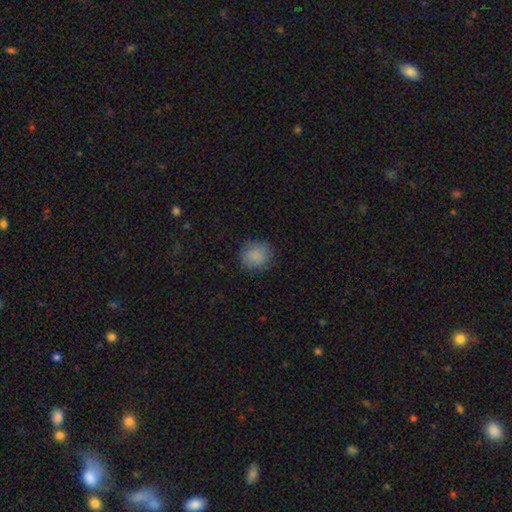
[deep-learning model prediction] smooth_or_featured: smooth (p=0.84) [alt: star or artifact p=0.08]
how_rounded: round (p=0.86) [alt: in between p=0.13]
merging: none (p=0.82) [alt: minor disturbance p=0.13]